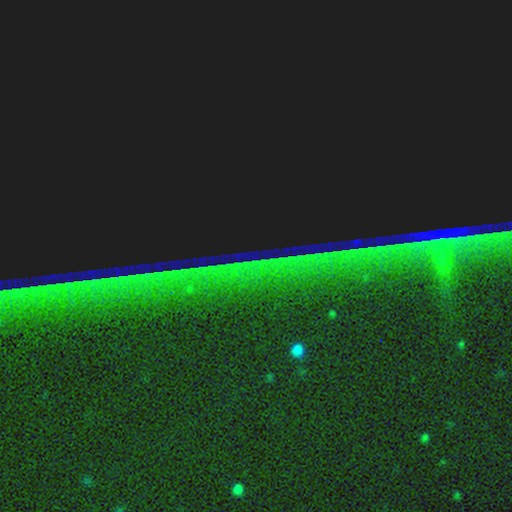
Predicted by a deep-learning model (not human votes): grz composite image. It shows a star or artifact, not a galaxy (87%).